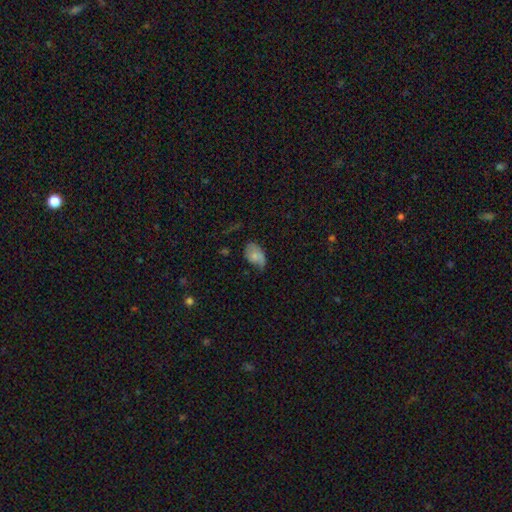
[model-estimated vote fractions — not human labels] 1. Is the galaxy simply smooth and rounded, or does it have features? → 69% smooth, 22% featured or disk, 9% star or artifact.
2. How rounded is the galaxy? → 88% in between, 11% round, 1% cigar-shaped.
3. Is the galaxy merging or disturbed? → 43% minor disturbance, 34% none, 20% major disturbance, 3% merger.